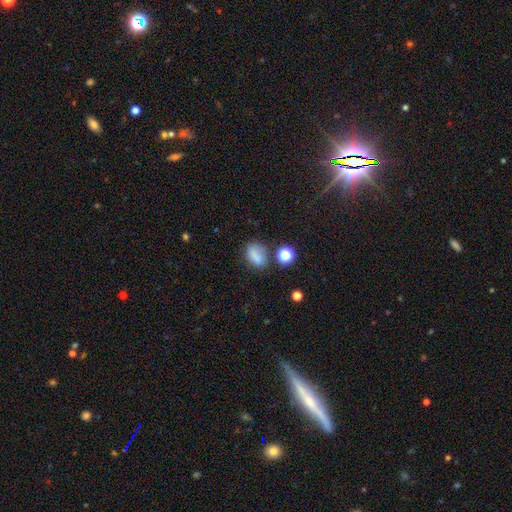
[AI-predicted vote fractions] Morphology: type=smooth (79%); roundness=in between (72%); merging=none (65%).